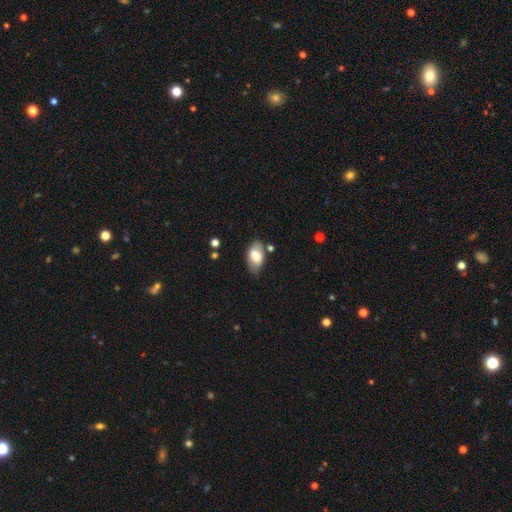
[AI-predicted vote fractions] Morphology: type=smooth (71%); roundness=in between (93%); merging=none (60%).